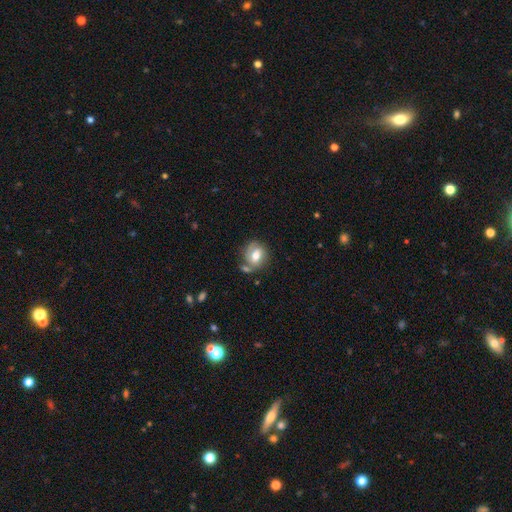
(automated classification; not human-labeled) Q: Smooth or featured?
A: smooth (55%); runner-up: featured or disk (37%)
Q: How rounded?
A: round (61%); runner-up: in between (38%)
Q: Merging?
A: none (53%); runner-up: minor disturbance (21%)